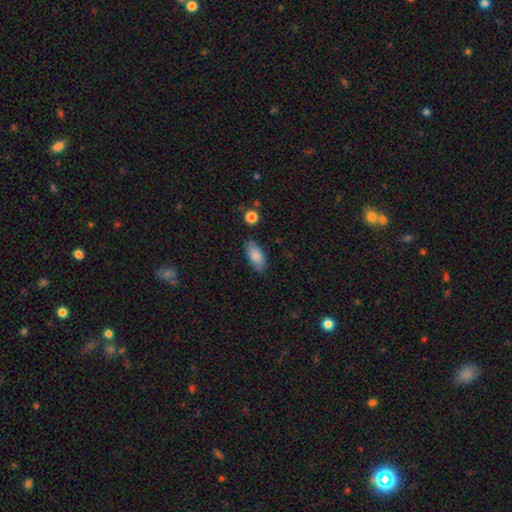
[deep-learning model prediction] This is clearly a smooth galaxy (84%). How rounded: clearly in between (89%). Merging: likely none (79%).